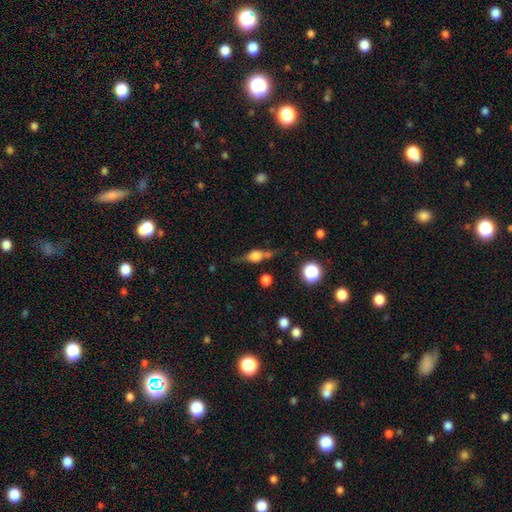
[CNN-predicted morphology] Smooth or featured? featured or disk (45%)
Merging? none (59%)